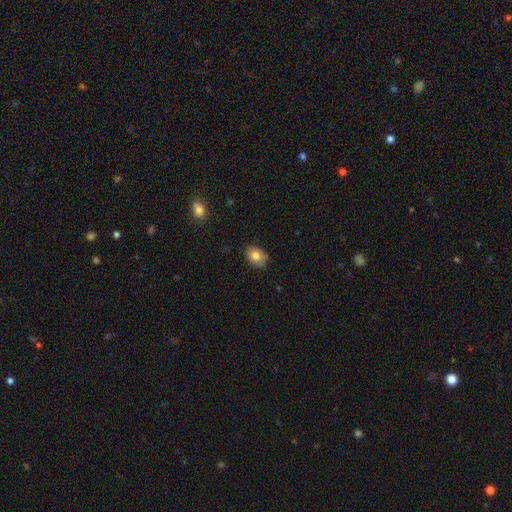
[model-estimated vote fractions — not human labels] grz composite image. It shows a smooth galaxy with no disk features (81%) that is in between round and cigar-shaped (70%). Merging: none (81%).